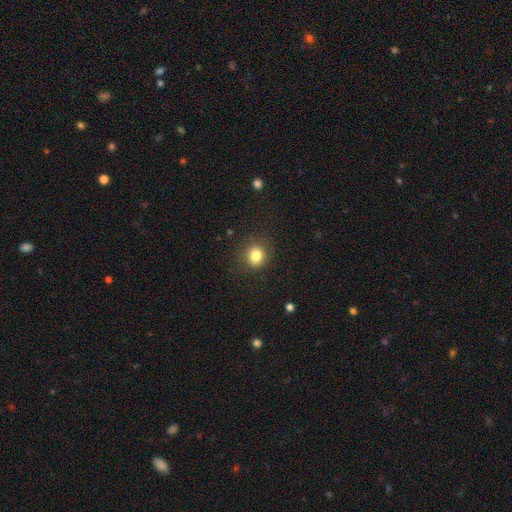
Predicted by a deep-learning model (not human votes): Smooth or featured? Predicted: smooth (p=0.82). How rounded? Predicted: round (p=0.83). Merging? Predicted: none (p=0.82).